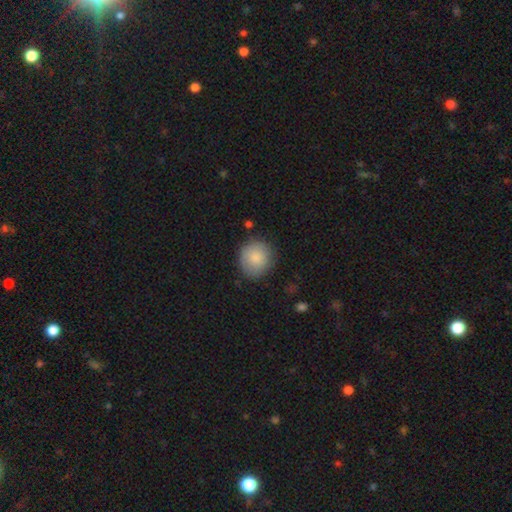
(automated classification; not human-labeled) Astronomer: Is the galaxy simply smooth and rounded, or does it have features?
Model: smooth — 85%.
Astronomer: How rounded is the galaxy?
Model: round — 89%.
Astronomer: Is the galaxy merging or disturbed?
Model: none — 81%.